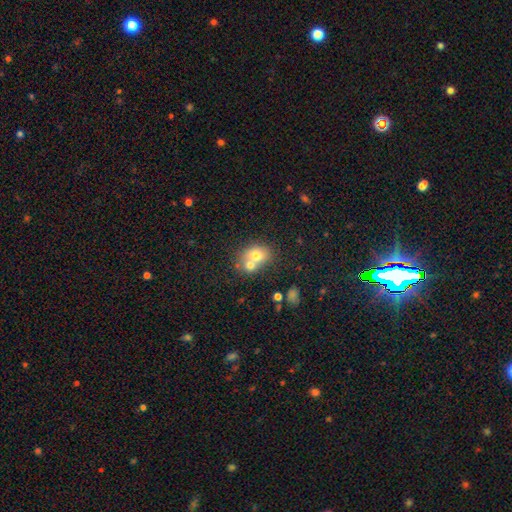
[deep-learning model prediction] Morphology: type=smooth (70%); roundness=round (55%); merging=merger (56%).